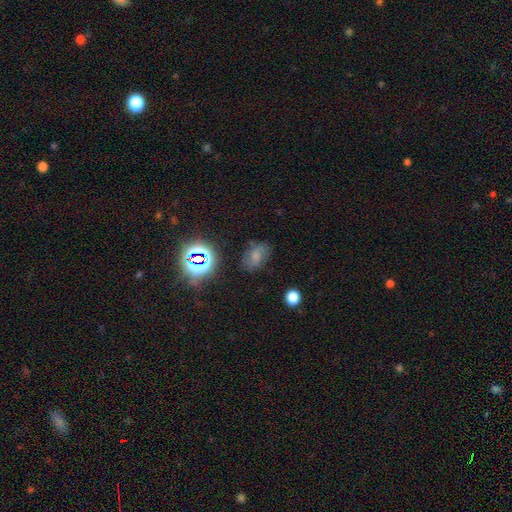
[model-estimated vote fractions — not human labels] This is likely a smooth galaxy (63%). How rounded: clearly in between (82%). Merging: likely none (67%).